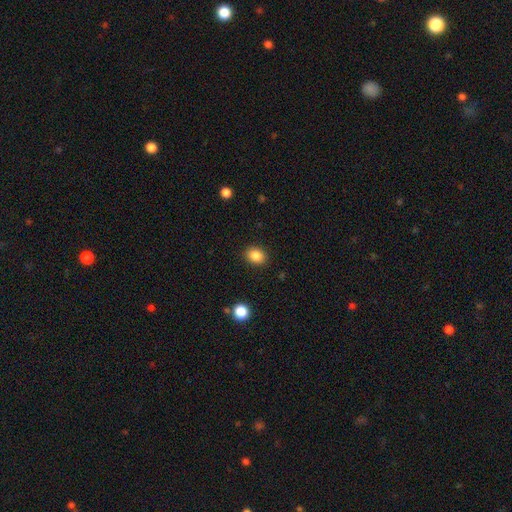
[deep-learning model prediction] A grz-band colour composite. It shows a smooth galaxy with no disk features (86%) that is round (52%). Merging: none (89%).